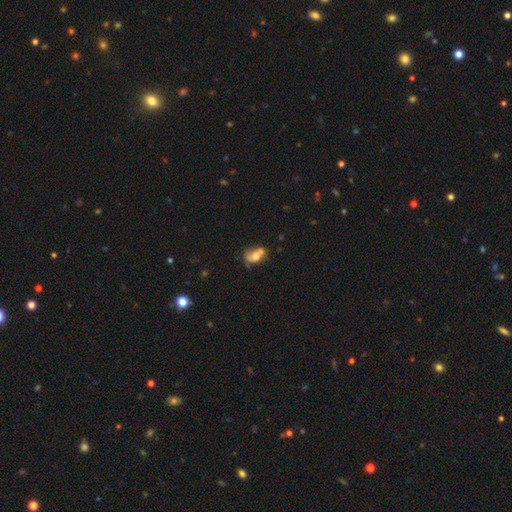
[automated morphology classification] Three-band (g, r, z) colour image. It shows a smooth galaxy with no disk features (59%) that is in between round and cigar-shaped (73%). Merging: merger (37%).